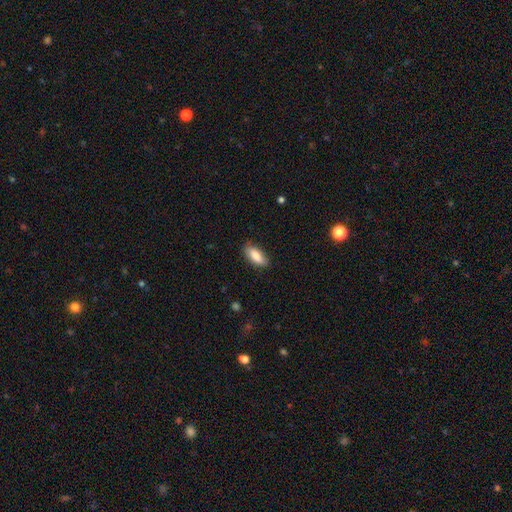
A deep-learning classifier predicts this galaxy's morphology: Smooth or featured? Predicted: smooth (p=0.84). How rounded? Predicted: in between (p=0.81). Merging? Predicted: none (p=0.82).